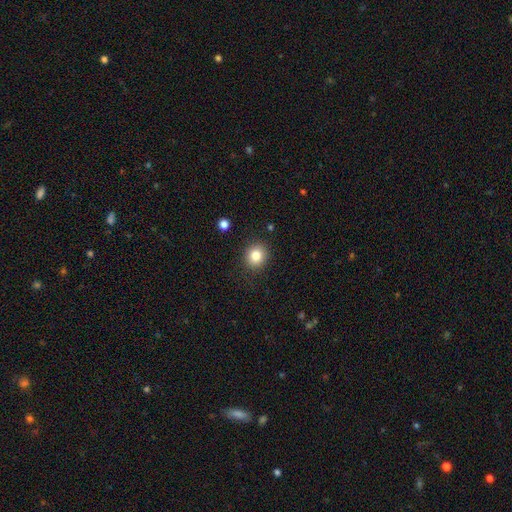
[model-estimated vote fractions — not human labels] A smooth galaxy with no disk features (83%) that is round (81%).

Vote fractions:
- Smooth or featured? smooth: 83% / star or artifact: 11% / featured or disk: 7%
- How rounded? round: 81% / in between: 18% / cigar-shaped: 1%
- Merging? none: 88% / minor disturbance: 8% / major disturbance: 3% / merger: 1%